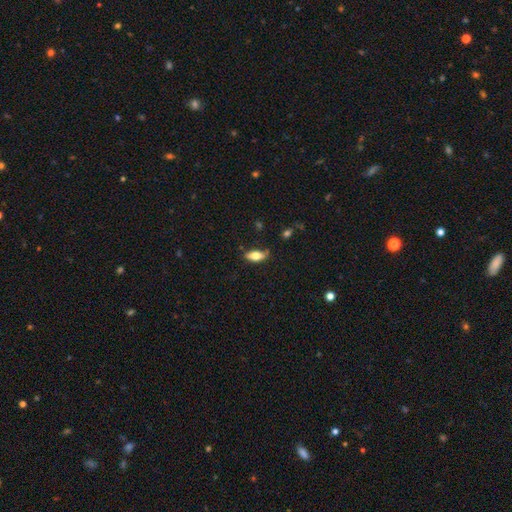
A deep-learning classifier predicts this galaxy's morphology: Smooth or featured? Predicted: smooth (p=0.67). How rounded? Predicted: in between (p=0.79). Merging? Predicted: none (p=0.75).